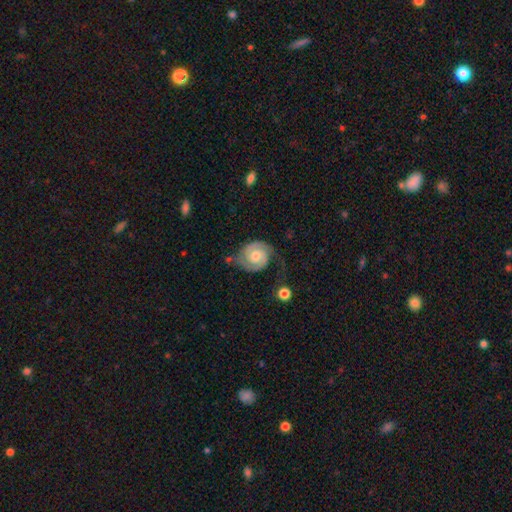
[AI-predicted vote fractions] Smooth or featured? featured or disk (86%)
Edge-on disk? no (98%)
Bar? no (68%)
Spiral arms? yes (97%)
Spiral winding? tight (60%)
Spiral arm count? 2 (89%)
Bulge size? moderate (54%)
Merging? none (64%)